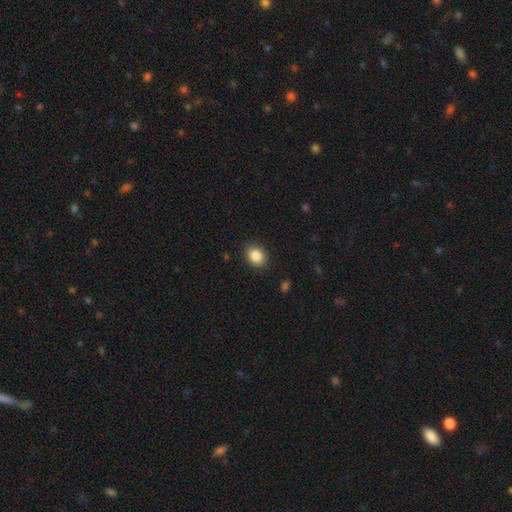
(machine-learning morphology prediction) A smooth galaxy with no disk features (86%) that is in between round and cigar-shaped (50%). Merging: none (88%).